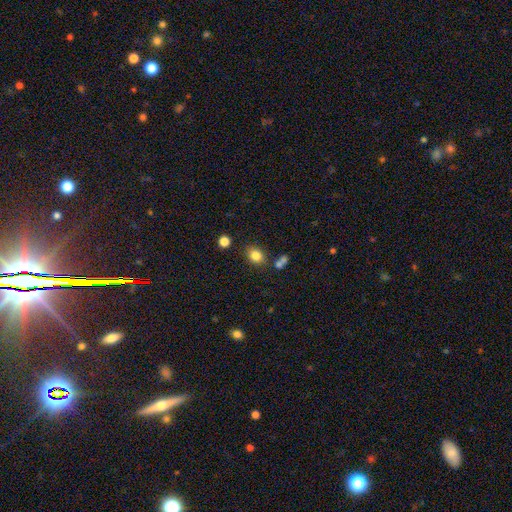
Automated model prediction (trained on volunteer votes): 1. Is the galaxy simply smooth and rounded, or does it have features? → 83% smooth, 11% star or artifact, 6% featured or disk.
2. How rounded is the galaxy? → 58% in between, 41% round, 1% cigar-shaped.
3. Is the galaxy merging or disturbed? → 78% none, 12% minor disturbance, 7% merger, 4% major disturbance.